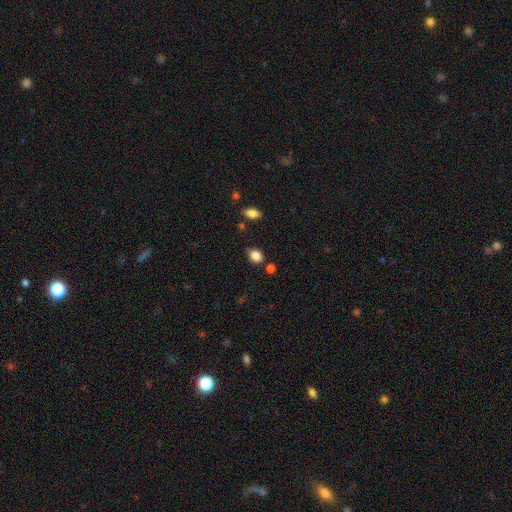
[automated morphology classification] Smooth or featured? smooth (85%)
How rounded? in between (59%)
Merging? none (71%)